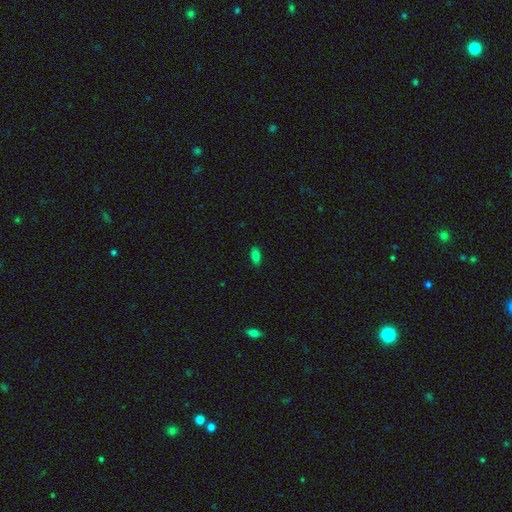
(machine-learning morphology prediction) This is likely a smooth galaxy (77%). How rounded: clearly in between (87%). Merging: clearly none (86%).